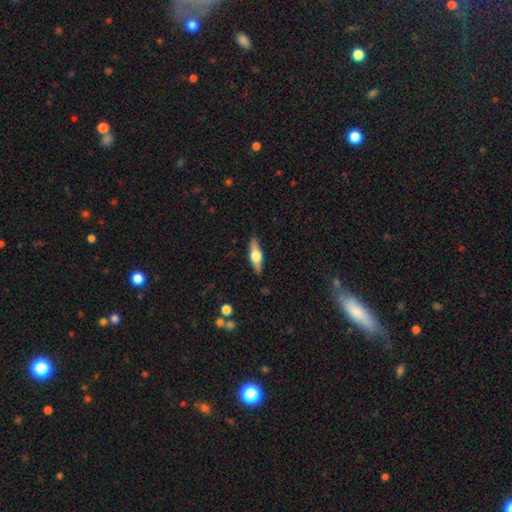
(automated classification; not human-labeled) featured or disk 62%, smooth 32%, star or artifact 6%. Down the decision tree: edge-on disk — yes (95%); edge-on bulge — rounded (94%); merging — none (88%).